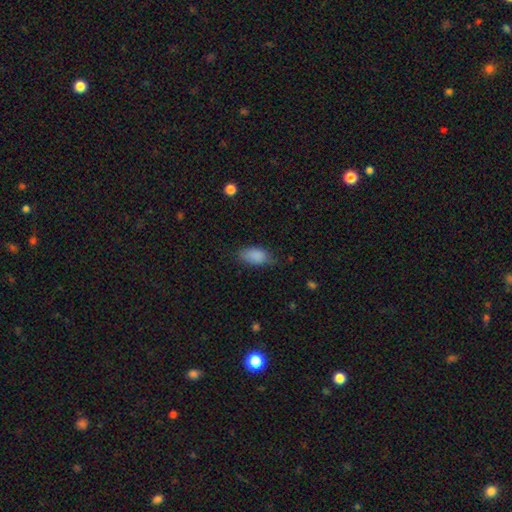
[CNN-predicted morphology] Q: Smooth or featured?
A: smooth (88%); runner-up: star or artifact (7%)
Q: How rounded?
A: in between (92%); runner-up: round (4%)
Q: Merging?
A: none (71%); runner-up: minor disturbance (22%)